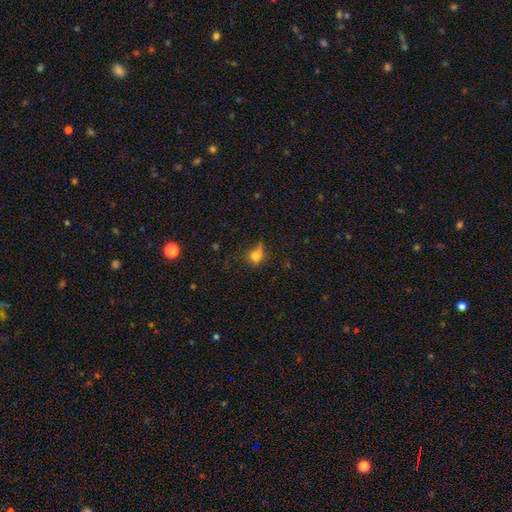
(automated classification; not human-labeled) A smooth galaxy with no disk features (71%) that is round (65%).

Vote fractions:
- Smooth or featured? smooth: 71% / star or artifact: 16% / featured or disk: 13%
- How rounded? round: 65% / in between: 32% / cigar-shaped: 3%
- Merging? none: 48% / minor disturbance: 27% / major disturbance: 19% / merger: 5%